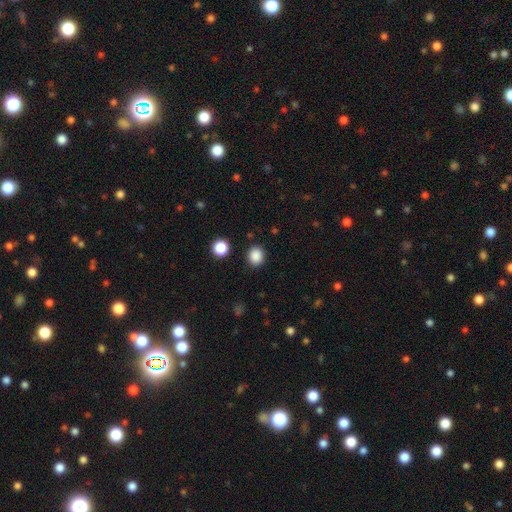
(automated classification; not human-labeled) Overall: smooth (87%). How rounded: round (79%). Merging: none (89%).